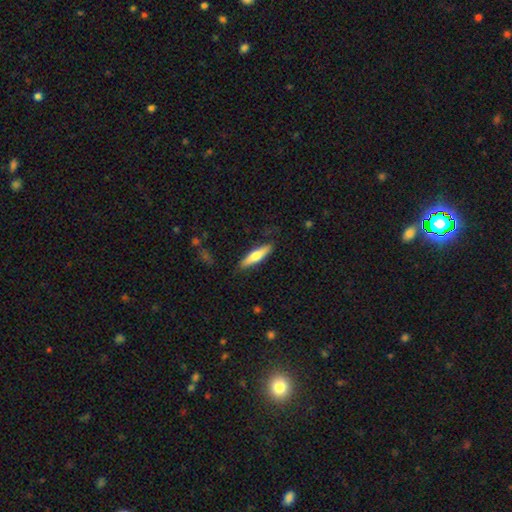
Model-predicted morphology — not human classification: type=smooth (65%); roundness=cigar-shaped (75%); merging=none (84%).